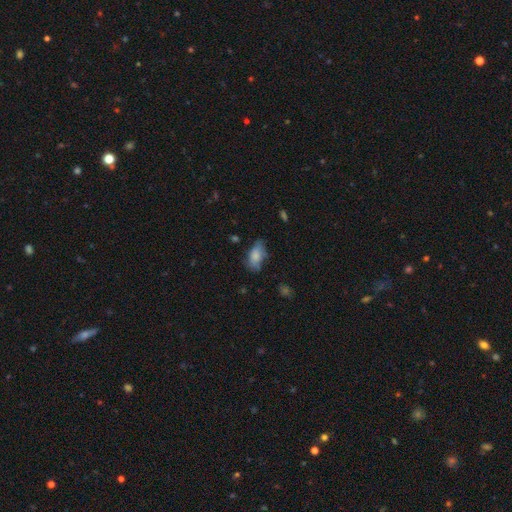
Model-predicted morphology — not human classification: The model was most divided on "merging": none: 59%, minor disturbance: 30%, major disturbance: 9%, merger: 2%. More confident: how rounded — in between (90%); smooth or featured — smooth (78%).